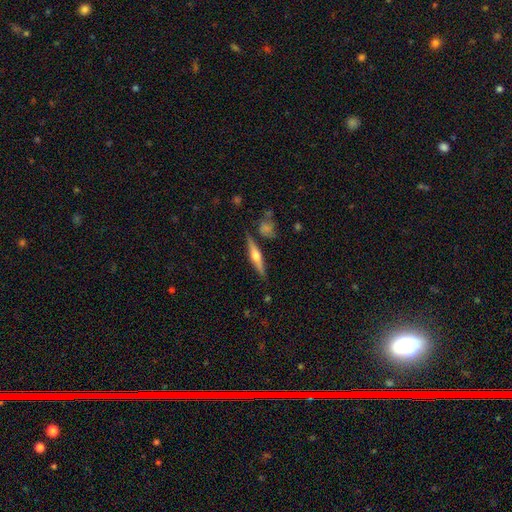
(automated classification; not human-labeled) Overall: featured or disk (64%; smooth 30%). Edge-on disk: yes (96%). Edge-on bulge: rounded (92%). Merging: none (83%).